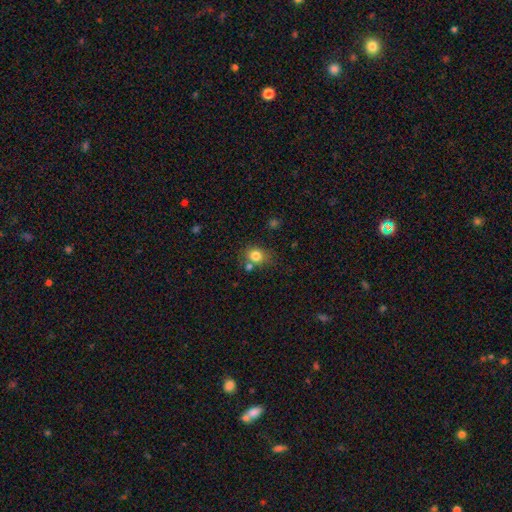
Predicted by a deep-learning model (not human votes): This is clearly a smooth galaxy (80%). How rounded: likely round (69%). Merging: likely none (63%).